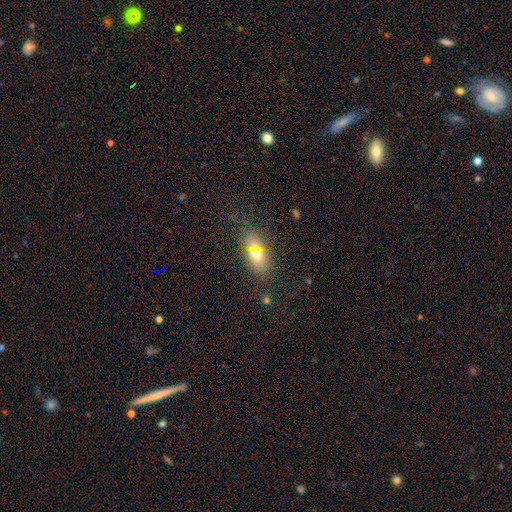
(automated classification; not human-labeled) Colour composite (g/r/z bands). It shows a smooth galaxy with no disk features (57%) that is in between round and cigar-shaped (68%). Merging: none (66%).